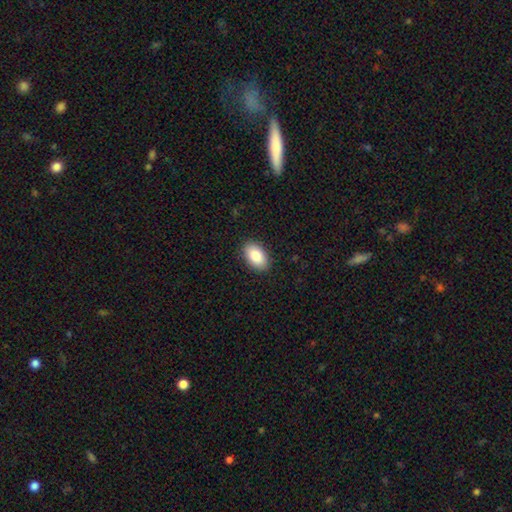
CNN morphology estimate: This appears to be a smooth galaxy with no disk features (88%) that is in between round and cigar-shaped (93%). Merging: none (89%).